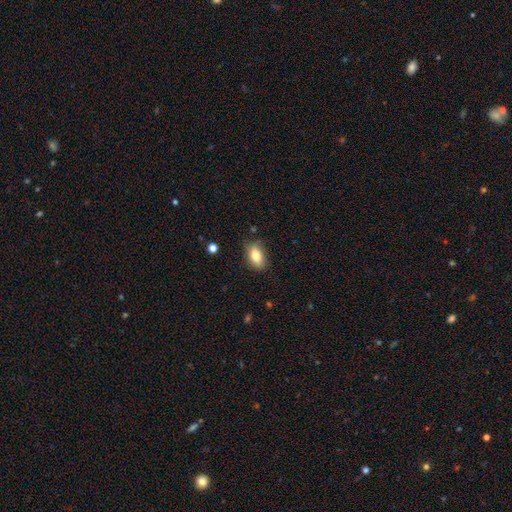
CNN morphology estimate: Q: Smooth or featured?
A: smooth (80%); runner-up: featured or disk (12%)
Q: How rounded?
A: in between (87%); runner-up: round (8%)
Q: Merging?
A: none (80%); runner-up: minor disturbance (16%)